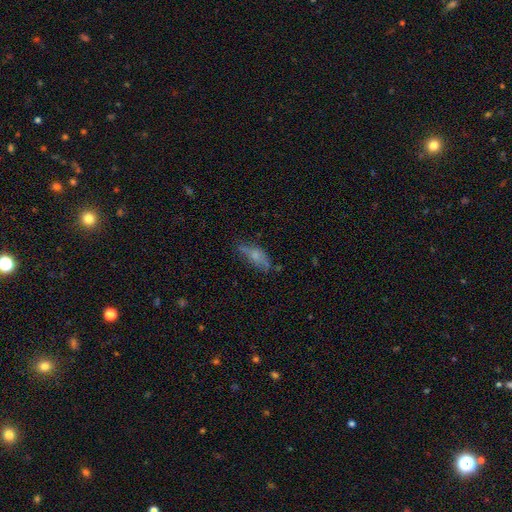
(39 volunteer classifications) This is likely a smooth galaxy (69%). How rounded: likely in between (70%). Merging: possibly none (49%).